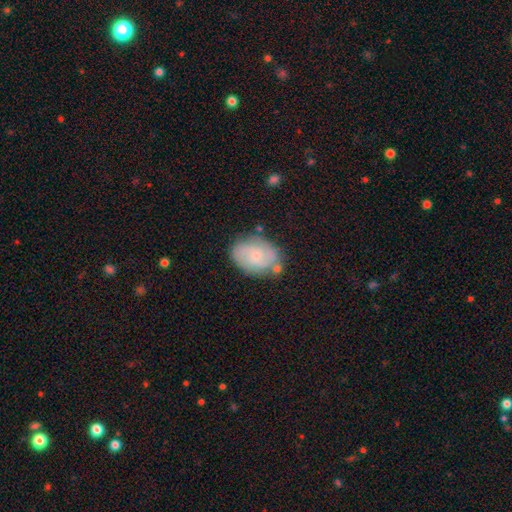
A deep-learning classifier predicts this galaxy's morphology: This is possibly a featured or disk galaxy (52%). It is clearly not viewed edge-on (97%). Bar: likely no (67%). Spiral arm pattern: clearly yes (84%). Central bulge: likely small (62%). Merging: likely none (69%).